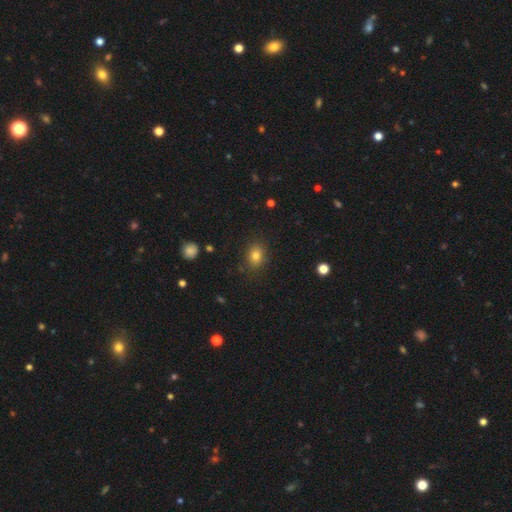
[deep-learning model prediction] Q: Smooth or featured?
A: smooth (80%); runner-up: star or artifact (12%)
Q: How rounded?
A: in between (58%); runner-up: round (41%)
Q: Merging?
A: none (85%); runner-up: minor disturbance (11%)